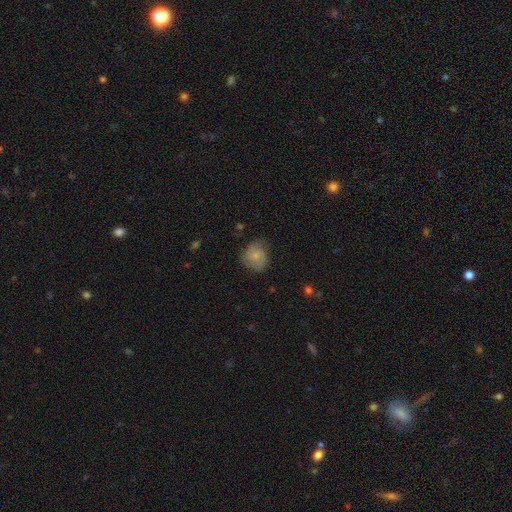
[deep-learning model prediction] A smooth galaxy with no disk features (64%) that is round (77%). Merging: none (64%).